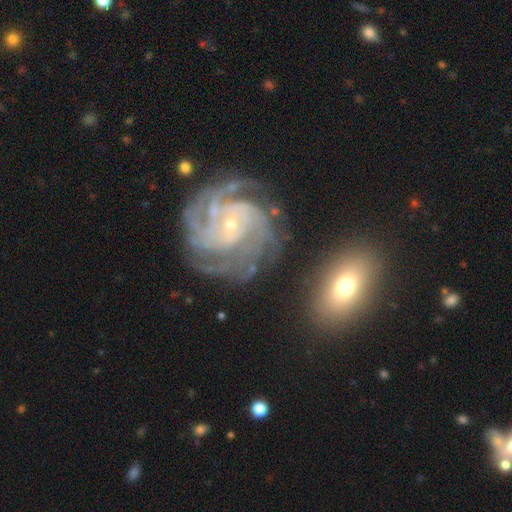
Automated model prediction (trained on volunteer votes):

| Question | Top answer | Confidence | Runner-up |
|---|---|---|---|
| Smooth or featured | featured or disk | 89% | star or artifact (7%) |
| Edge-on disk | no | 97% | yes (3%) |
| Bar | no | 48% | weak (35%) |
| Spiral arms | yes | 98% | no (2%) |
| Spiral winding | tight | 76% | medium (21%) |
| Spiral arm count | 4 | 30% | 3 (25%) |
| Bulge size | small | 77% | moderate (19%) |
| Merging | none | 76% | minor disturbance (15%) |